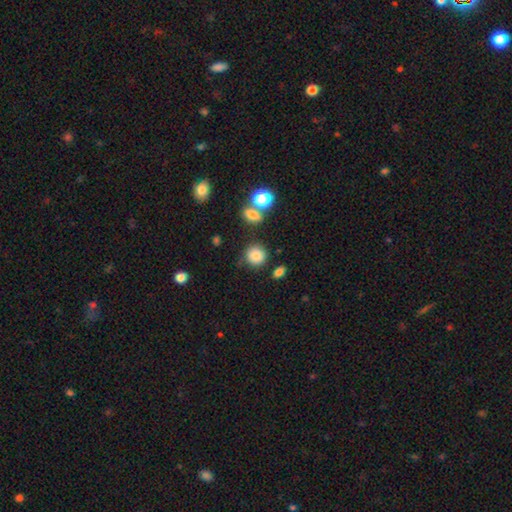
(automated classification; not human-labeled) smooth_or_featured: smooth (p=0.82) [alt: star or artifact p=0.12]
how_rounded: round (p=0.87) [alt: in between p=0.12]
merging: none (p=0.76) [alt: minor disturbance p=0.14]